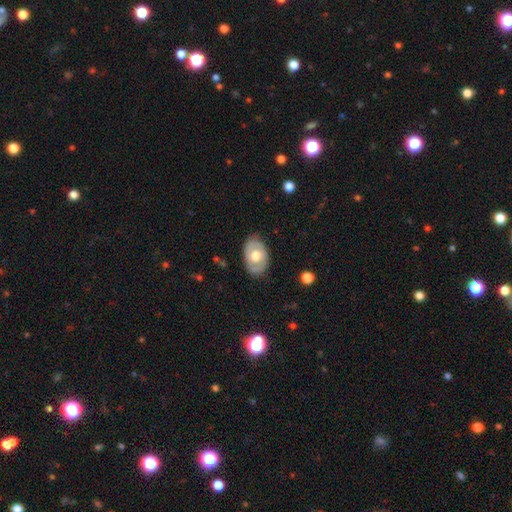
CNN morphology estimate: type=featured or disk (50%); merging=none (80%).